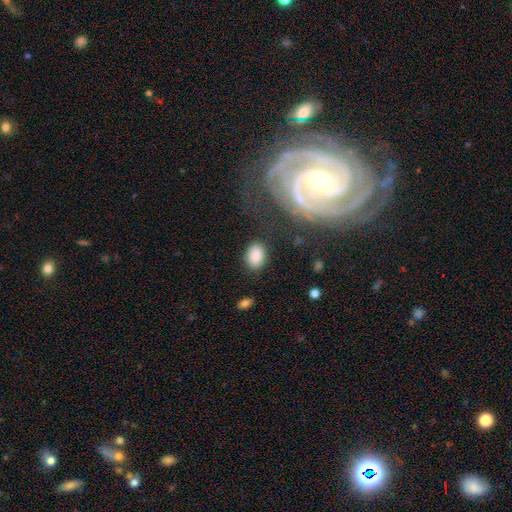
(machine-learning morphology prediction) smooth 84%, star or artifact 9%, featured or disk 7%. Down the decision tree: how rounded — in between (81%); merging — none (80%).